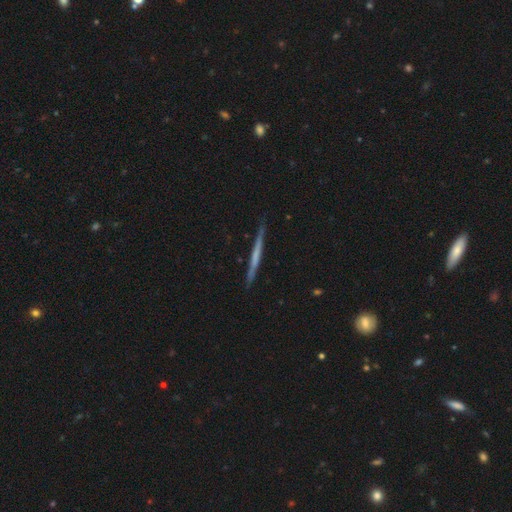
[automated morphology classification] This appears to be a featured or disk galaxy (53%) viewed edge-on (97%) with no central bulge (86%). Merging: none (90%).